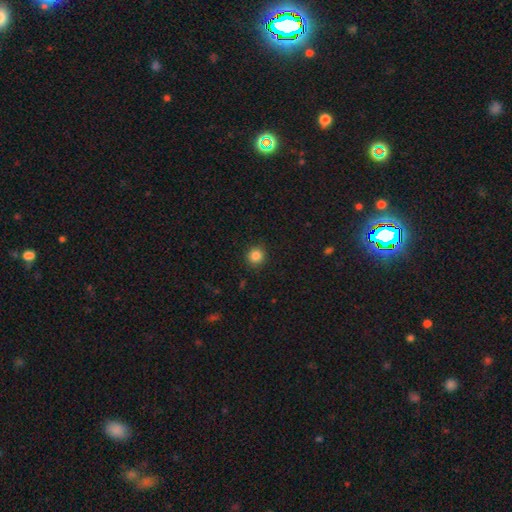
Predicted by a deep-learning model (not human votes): smooth_or_featured: smooth (p=0.85) [alt: star or artifact p=0.11]
how_rounded: round (p=0.92) [alt: in between p=0.07]
merging: none (p=0.91) [alt: minor disturbance p=0.06]